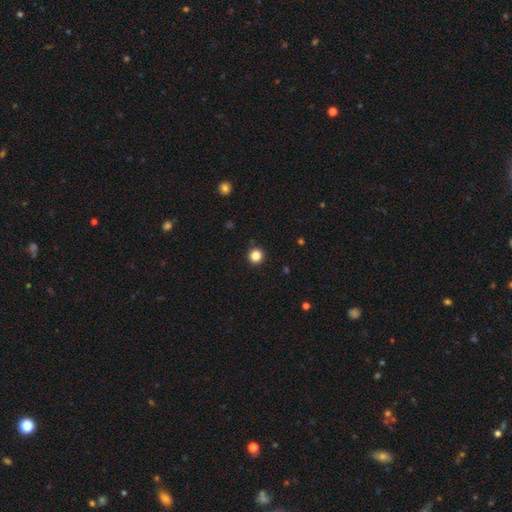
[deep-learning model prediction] The model was most divided on "smooth or featured": smooth: 84%, star or artifact: 12%, featured or disk: 4%. More confident: how rounded — round (95%); merging — none (93%).